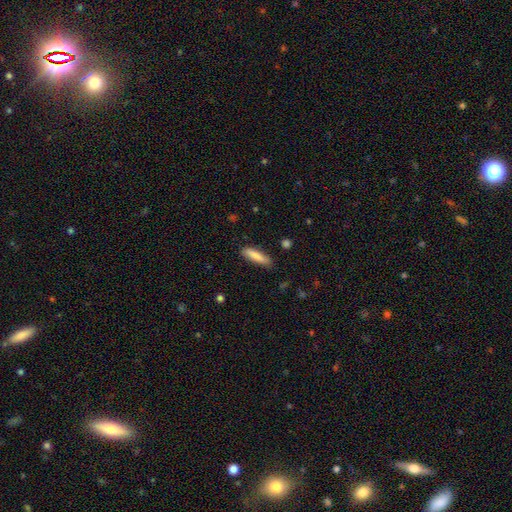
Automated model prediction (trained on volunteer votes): Overall: smooth (84%). How rounded: cigar-shaped (71%). Merging: none (83%).